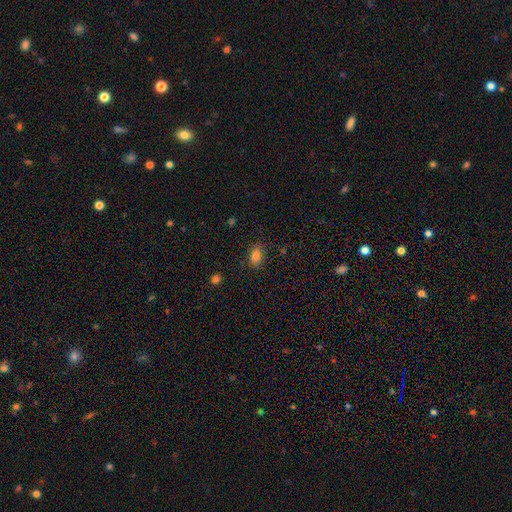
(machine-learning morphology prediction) A smooth galaxy with no disk features (82%) that is in between round and cigar-shaped (84%). Merging: none (82%).